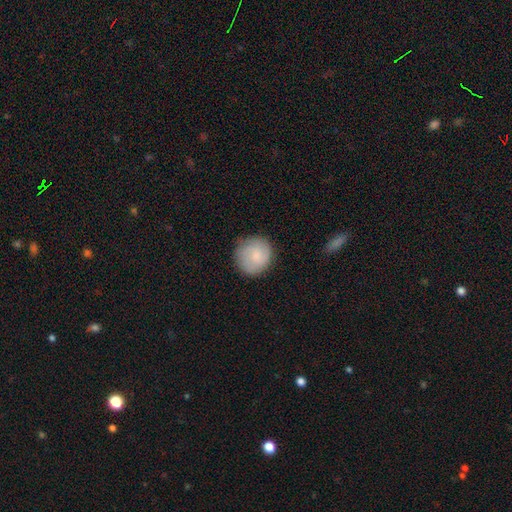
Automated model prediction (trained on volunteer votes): Smooth or featured? Predicted: smooth (p=0.64). How rounded? Predicted: round (p=0.91). Merging? Predicted: none (p=0.82).